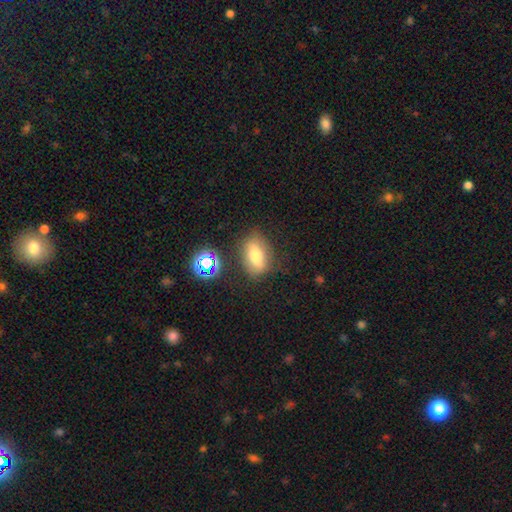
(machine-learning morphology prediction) type=smooth (59%); roundness=in between (76%); merging=none (78%).